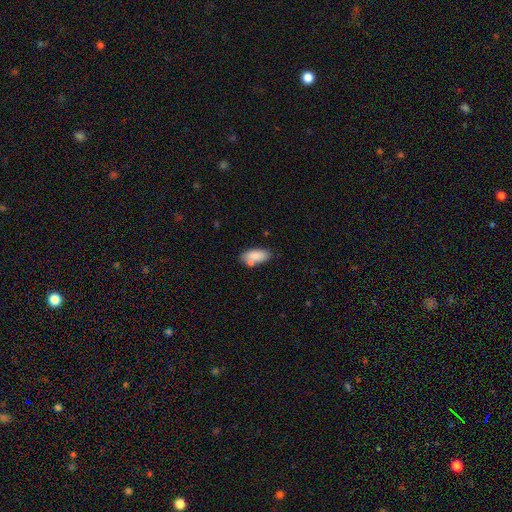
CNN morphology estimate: The model was most divided on "merging": none: 69%, minor disturbance: 15%, merger: 13%, major disturbance: 3%. More confident: how rounded — in between (87%); smooth or featured — smooth (84%).